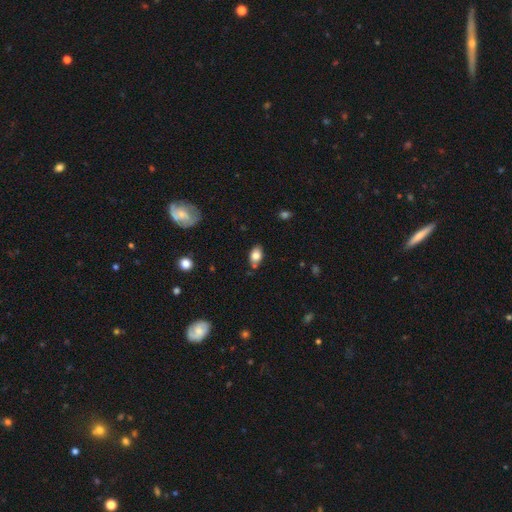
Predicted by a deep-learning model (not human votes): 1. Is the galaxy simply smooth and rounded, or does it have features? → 78% smooth, 13% featured or disk, 9% star or artifact.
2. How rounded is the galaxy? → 86% in between, 11% round, 3% cigar-shaped.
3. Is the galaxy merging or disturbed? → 72% none, 18% minor disturbance, 7% merger, 3% major disturbance.